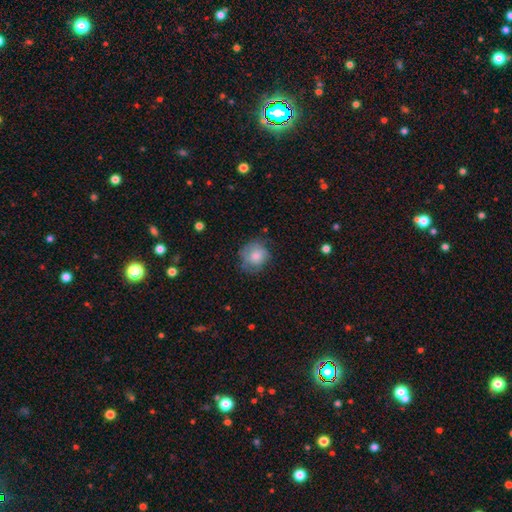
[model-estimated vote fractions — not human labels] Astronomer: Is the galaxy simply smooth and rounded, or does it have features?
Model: smooth — 76%.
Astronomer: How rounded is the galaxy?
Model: round — 85%.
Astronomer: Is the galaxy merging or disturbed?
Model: none — 63%.